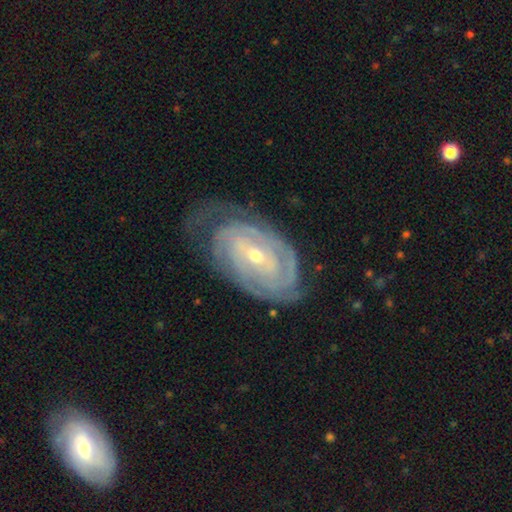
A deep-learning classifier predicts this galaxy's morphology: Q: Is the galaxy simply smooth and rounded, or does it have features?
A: featured or disk — 88%.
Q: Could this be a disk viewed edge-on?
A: no — 96%.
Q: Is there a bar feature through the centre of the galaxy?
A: no — 46%.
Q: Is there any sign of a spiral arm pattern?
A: yes — 96%.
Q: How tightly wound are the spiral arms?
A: tight — 79%.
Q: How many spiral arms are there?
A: can't tell — 30%, tied with 2.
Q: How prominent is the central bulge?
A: small — 55%.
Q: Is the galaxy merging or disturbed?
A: none — 67%.